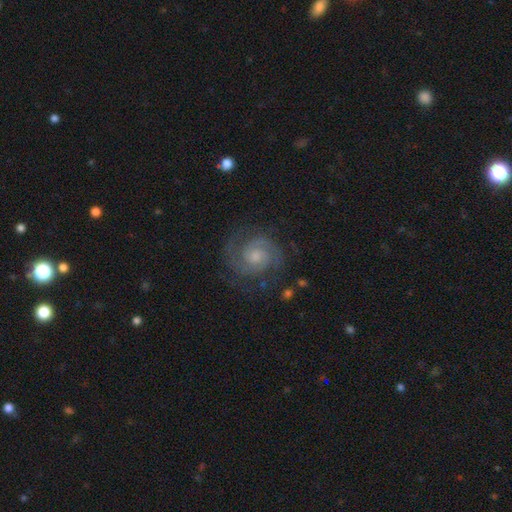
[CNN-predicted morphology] featured or disk 87%, smooth 7%, star or artifact 6%. Down the decision tree: edge-on disk — no (98%); bar — no (64%); spiral arms — yes (98%); spiral arm count — 2 (80%); spiral winding — tight (59%); bulge size — small (51%); merging — none (78%).